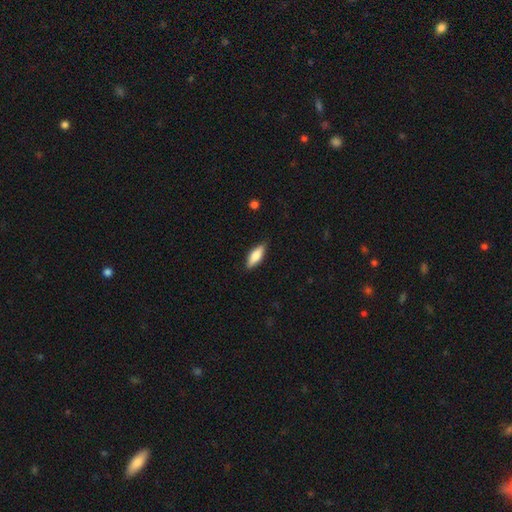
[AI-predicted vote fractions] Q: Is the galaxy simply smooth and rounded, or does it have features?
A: smooth — 77%.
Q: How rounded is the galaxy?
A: in between — 62%.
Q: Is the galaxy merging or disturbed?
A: none — 86%.